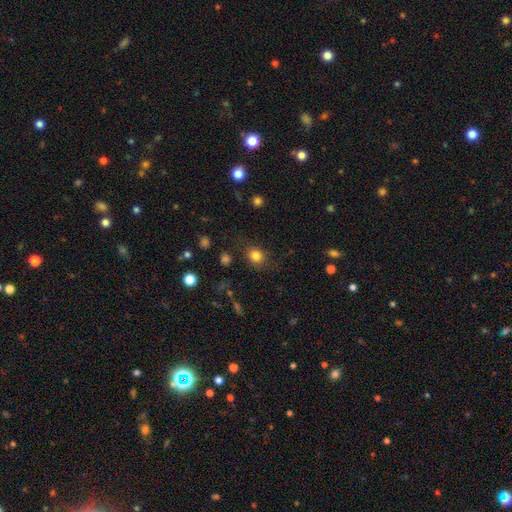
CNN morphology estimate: This is clearly a smooth galaxy (82%). How rounded: likely round (75%). Merging: likely none (80%).